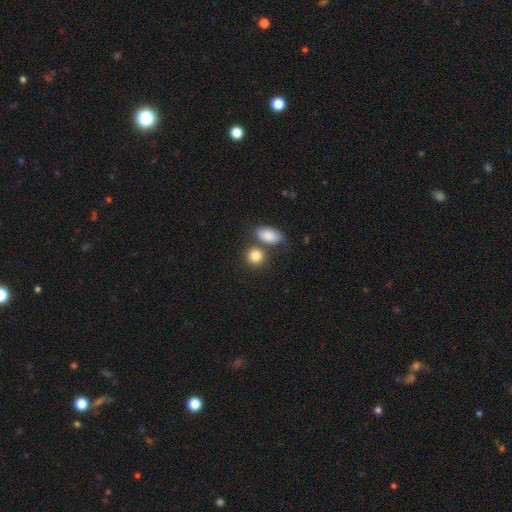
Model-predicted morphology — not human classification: type=smooth (85%); roundness=round (67%); merging=none (63%).